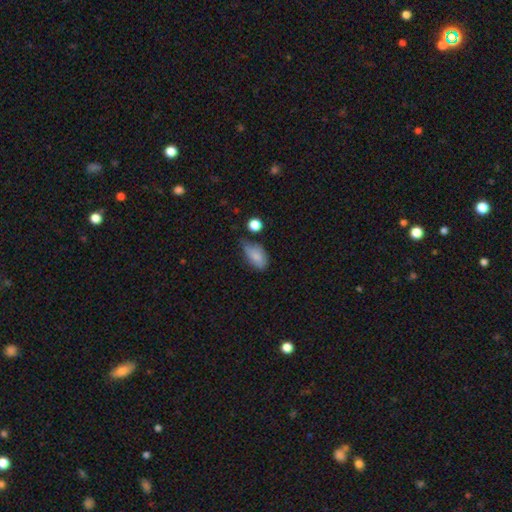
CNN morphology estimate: type=smooth (76%); roundness=in between (89%); merging=minor disturbance (42%).